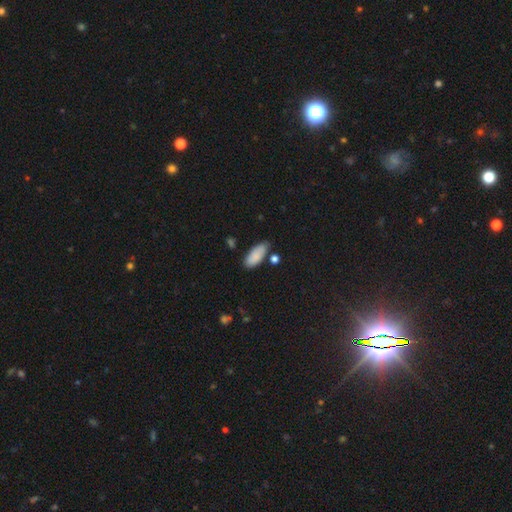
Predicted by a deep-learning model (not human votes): Q: Smooth or featured?
A: smooth (86%); runner-up: star or artifact (7%)
Q: How rounded?
A: in between (87%); runner-up: cigar-shaped (11%)
Q: Merging?
A: none (69%); runner-up: minor disturbance (21%)